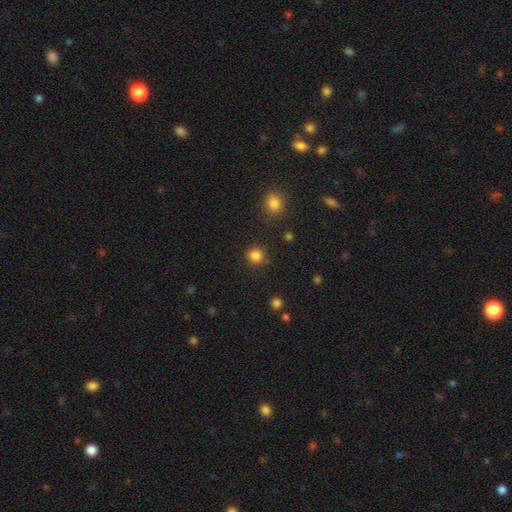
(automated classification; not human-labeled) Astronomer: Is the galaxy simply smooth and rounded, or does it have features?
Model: smooth — 84%.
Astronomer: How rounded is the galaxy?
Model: round — 90%.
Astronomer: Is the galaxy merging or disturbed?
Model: none — 87%.